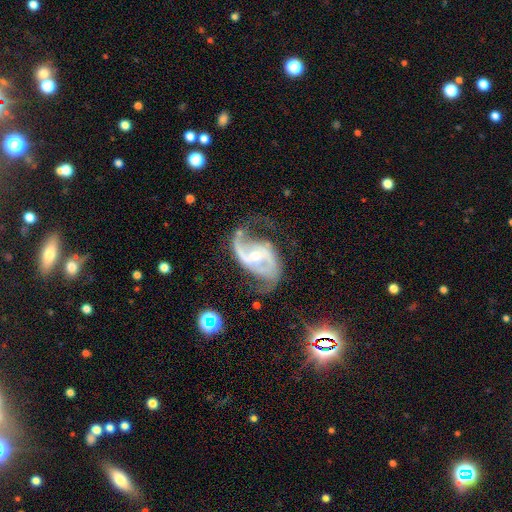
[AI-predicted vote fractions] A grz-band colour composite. It shows a featured or disk galaxy (90%) with a weak bar (36%), 2 (90%) loose (46%) spiral arms (97%) and a small central bulge (50%). Merging: none (61%).